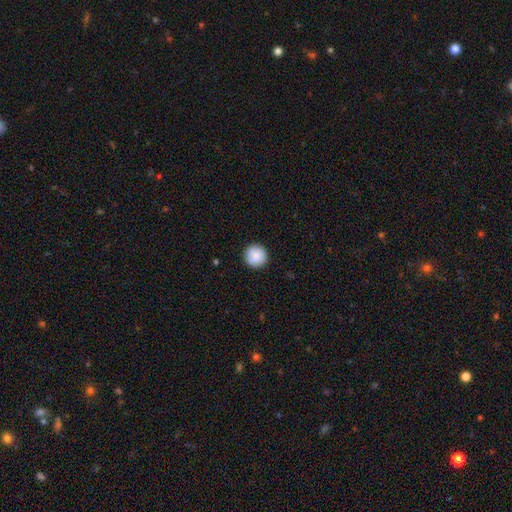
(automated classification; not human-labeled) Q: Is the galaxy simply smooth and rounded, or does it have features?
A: smooth — 87%.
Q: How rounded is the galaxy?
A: round — 96%.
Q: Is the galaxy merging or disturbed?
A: none — 91%.